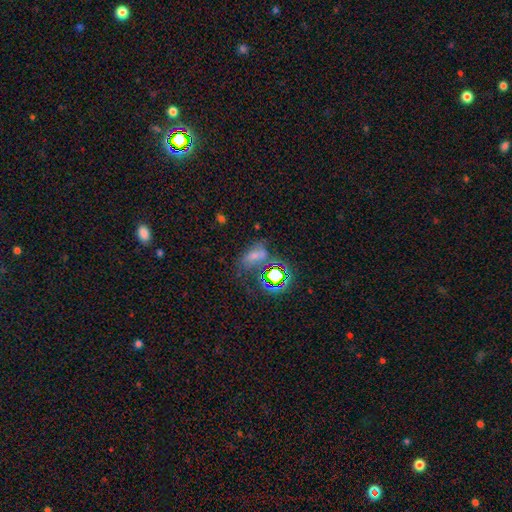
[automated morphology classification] This is possibly a smooth galaxy (49%). Merging: possibly none (47%).